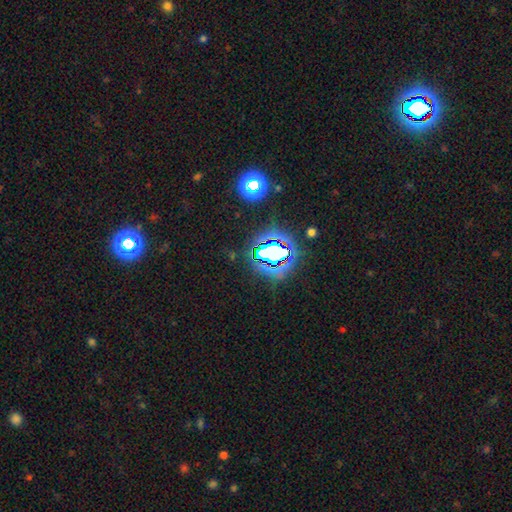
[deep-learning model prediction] Overall: star or artifact (79%).